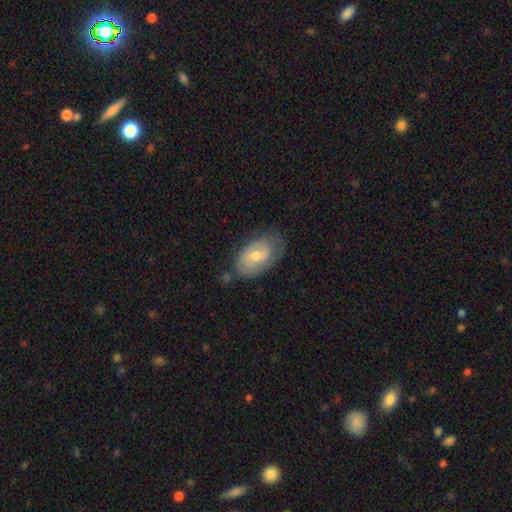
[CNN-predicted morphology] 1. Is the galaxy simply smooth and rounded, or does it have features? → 57% smooth, 36% featured or disk, 7% star or artifact.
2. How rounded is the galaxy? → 92% in between, 7% round, 2% cigar-shaped.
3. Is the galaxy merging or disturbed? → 64% none, 26% minor disturbance, 7% major disturbance, 3% merger.